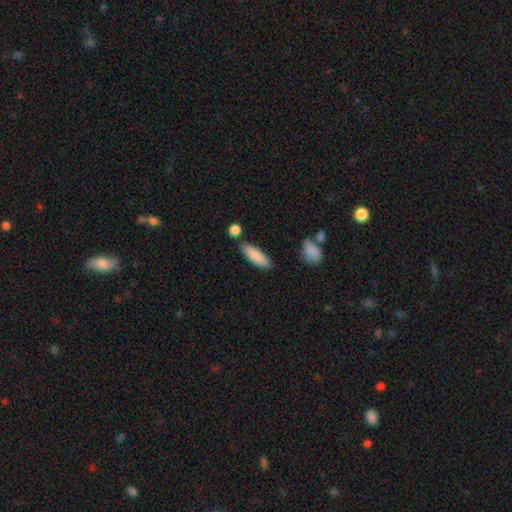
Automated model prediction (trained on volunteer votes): Morphology: type=smooth (86%); roundness=cigar-shaped (50%); merging=none (78%).